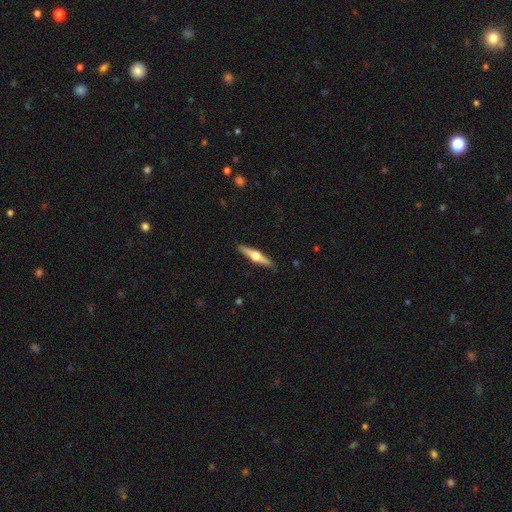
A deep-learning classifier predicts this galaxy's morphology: Smooth or featured? featured or disk (69%)
Edge-on disk? yes (97%)
Edge-on bulge? rounded (96%)
Merging? none (91%)